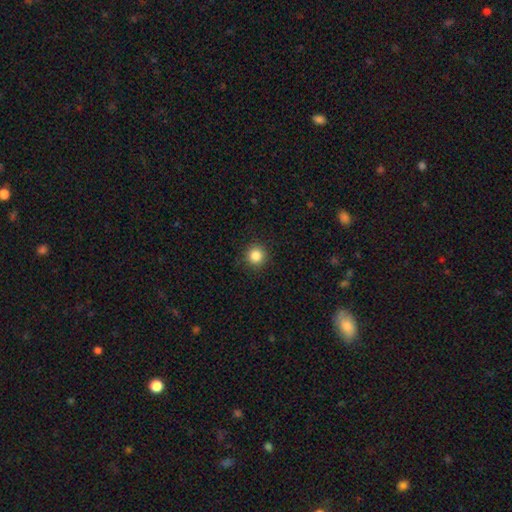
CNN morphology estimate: Smooth or featured?
  - smooth: 85% *
  - star or artifact: 11%
  - featured or disk: 4%
How rounded?
  - round: 95% *
  - in between: 4%
  - cigar-shaped: 1%
Merging?
  - none: 92% *
  - minor disturbance: 5%
  - major disturbance: 2%
  - merger: 1%